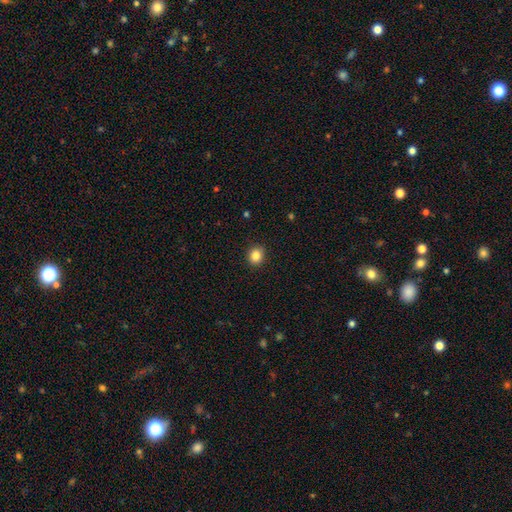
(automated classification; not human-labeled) A smooth galaxy with no disk features (85%) that is round (77%).

Vote fractions:
- Smooth or featured? smooth: 85% / star or artifact: 10% / featured or disk: 5%
- How rounded? round: 77% / in between: 23% / cigar-shaped: 1%
- Merging? none: 91% / minor disturbance: 6% / major disturbance: 2% / merger: 1%